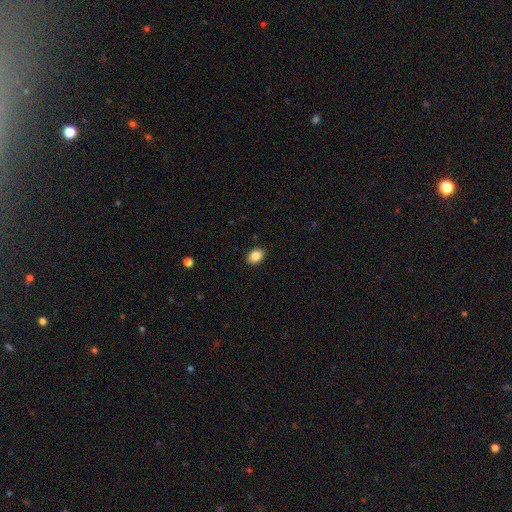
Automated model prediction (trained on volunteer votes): This appears to be a smooth galaxy with no disk features (86%) that is in between round and cigar-shaped (68%). Merging: none (90%).